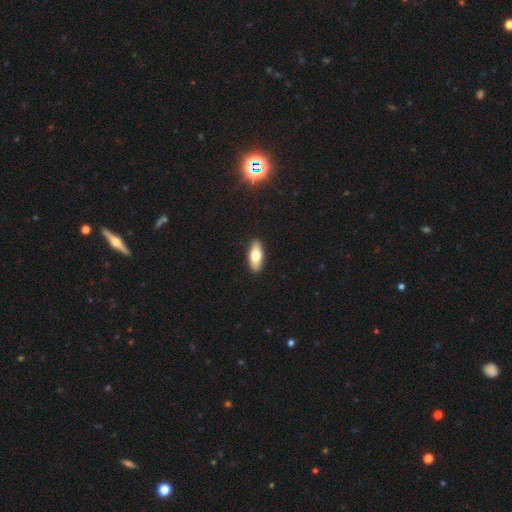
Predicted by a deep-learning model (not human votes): A smooth galaxy with no disk features (67%) that is in between round and cigar-shaped (74%).

Vote fractions:
- Smooth or featured? smooth: 67% / featured or disk: 27% / star or artifact: 6%
- How rounded? in between: 74% / cigar-shaped: 23% / round: 3%
- Merging? none: 92% / minor disturbance: 6% / major disturbance: 1% / merger: 1%